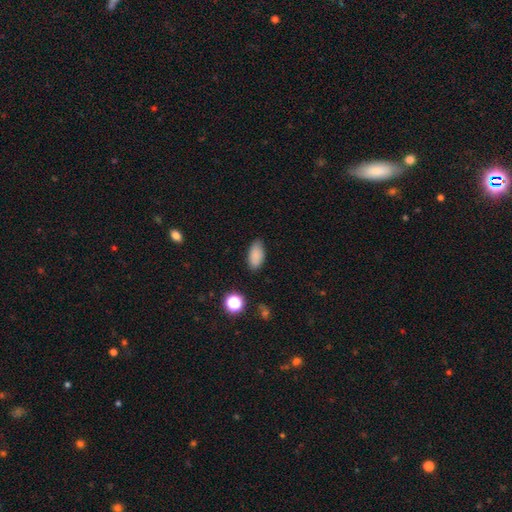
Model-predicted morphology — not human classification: This is clearly a smooth galaxy (85%). How rounded: clearly in between (91%). Merging: clearly none (81%).